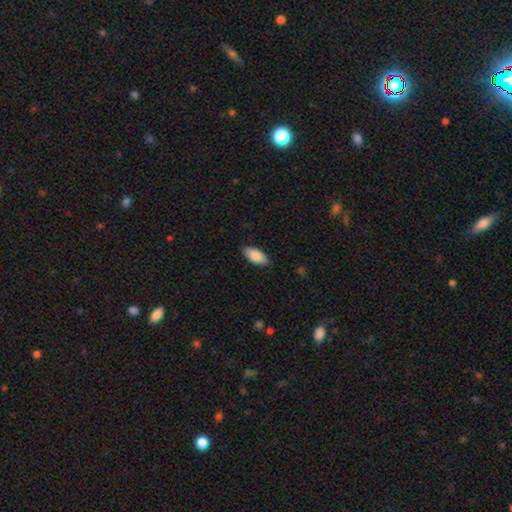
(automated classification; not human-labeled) Overall: smooth (85%). How rounded: in between (91%). Merging: none (87%).